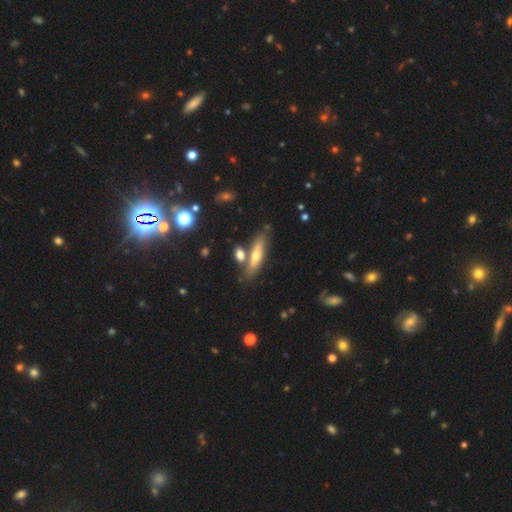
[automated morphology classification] Q: Smooth or featured?
A: featured or disk (47%); runner-up: smooth (44%)
Q: Merging?
A: none (69%); runner-up: merger (15%)